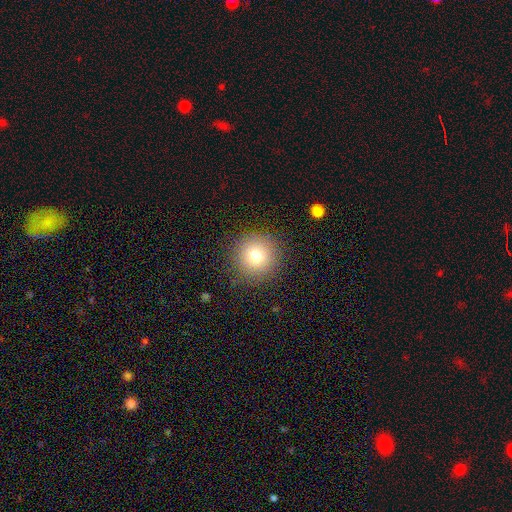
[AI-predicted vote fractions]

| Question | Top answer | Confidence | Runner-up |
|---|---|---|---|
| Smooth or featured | smooth | 76% | star or artifact (13%) |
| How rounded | round | 95% | in between (4%) |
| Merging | none | 88% | minor disturbance (7%) |